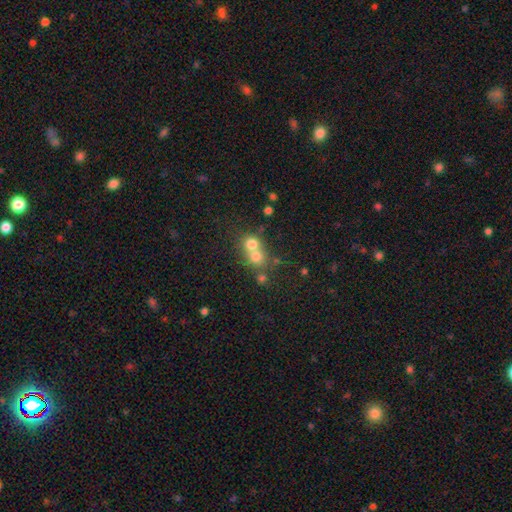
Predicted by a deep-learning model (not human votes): Morphology: type=smooth (70%); roundness=round (82%); merging=merger (62%).